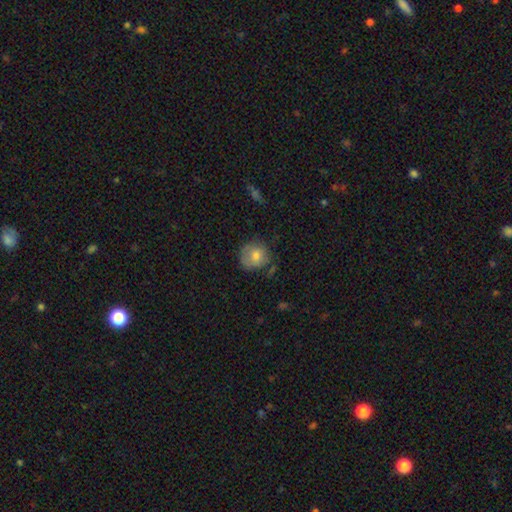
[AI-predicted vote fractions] This is likely a smooth galaxy (74%). How rounded: clearly round (83%). Merging: likely none (64%).